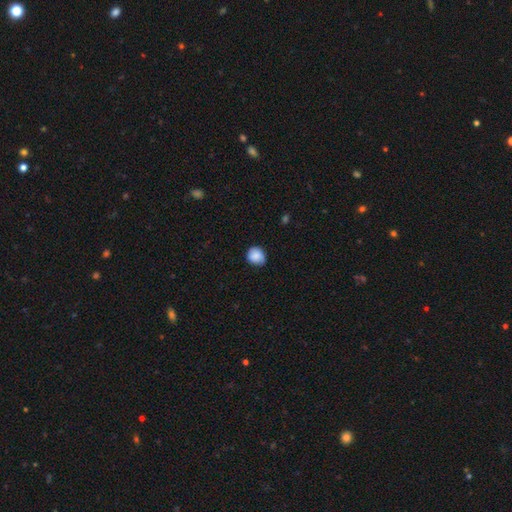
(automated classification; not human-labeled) Q: Smooth or featured?
A: smooth (84%); runner-up: featured or disk (8%)
Q: How rounded?
A: round (74%); runner-up: in between (25%)
Q: Merging?
A: none (71%); runner-up: minor disturbance (24%)